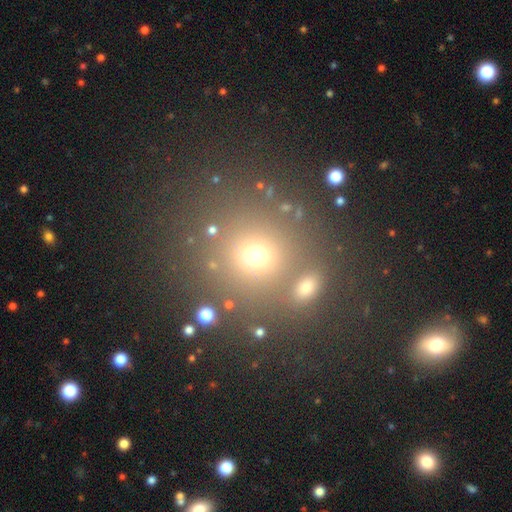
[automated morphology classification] smooth 61%, star or artifact 29%, featured or disk 10%. Down the decision tree: how rounded — round (85%); merging — none (68%).